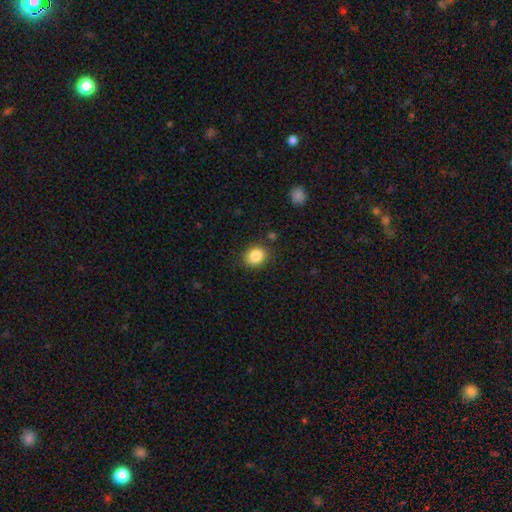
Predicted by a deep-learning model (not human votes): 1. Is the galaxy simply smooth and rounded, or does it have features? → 86% smooth, 9% star or artifact, 5% featured or disk.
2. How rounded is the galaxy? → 60% round, 39% in between, 1% cigar-shaped.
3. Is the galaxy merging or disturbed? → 84% none, 11% minor disturbance, 3% major disturbance, 2% merger.